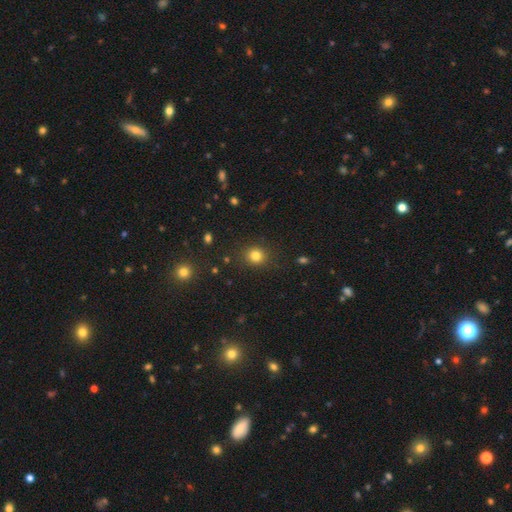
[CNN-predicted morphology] smooth_or_featured: smooth (p=0.81) [alt: star or artifact p=0.14]
how_rounded: round (p=0.86) [alt: in between p=0.14]
merging: none (p=0.88) [alt: minor disturbance p=0.08]